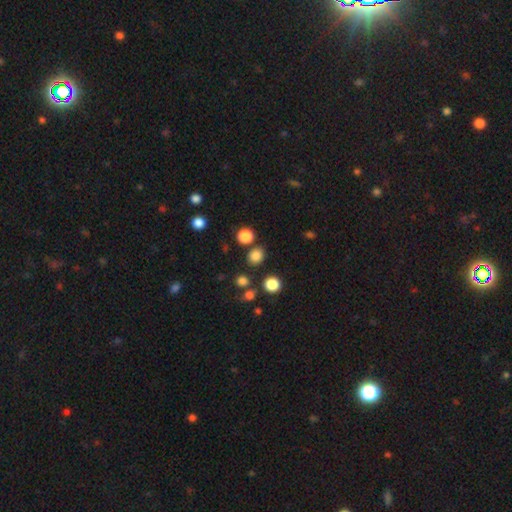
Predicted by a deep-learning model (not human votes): This is clearly a smooth galaxy (82%). How rounded: likely round (72%). Merging: clearly none (82%).